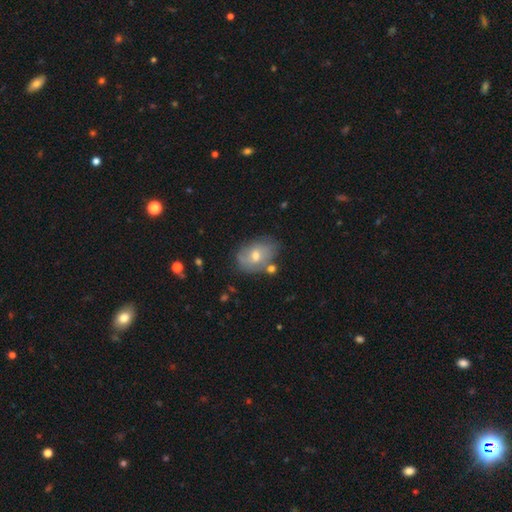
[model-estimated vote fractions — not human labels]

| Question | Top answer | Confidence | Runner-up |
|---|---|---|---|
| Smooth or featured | smooth | 54% | featured or disk (37%) |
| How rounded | in between | 75% | round (23%) |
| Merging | none | 59% | minor disturbance (25%) |